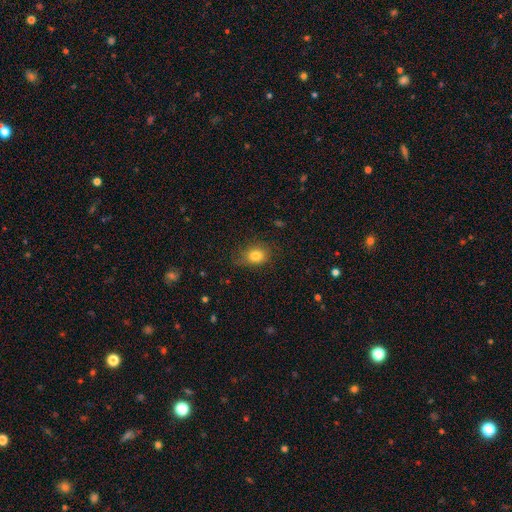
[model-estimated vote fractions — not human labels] Smooth or featured: smooth — 81% (star or artifact — 11%)
How rounded: in between — 52% (round — 47%)
Merging: none — 73% (minor disturbance — 20%)